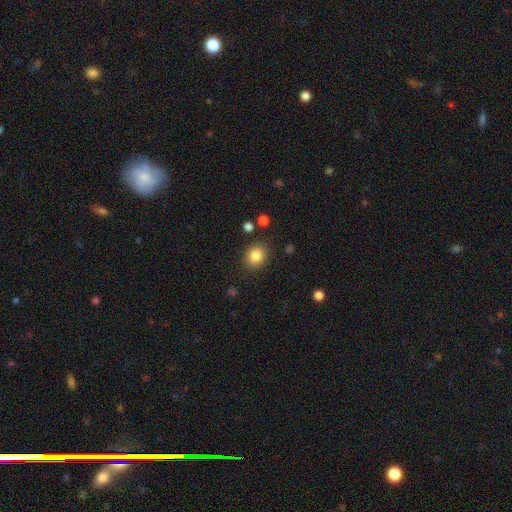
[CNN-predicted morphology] Overall: smooth (85%). How rounded: round (71%). Merging: none (85%).